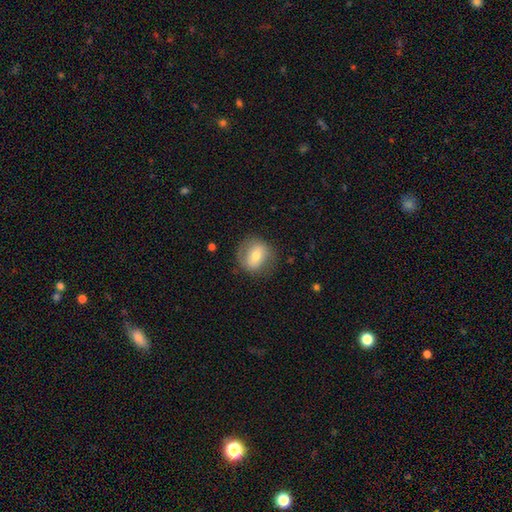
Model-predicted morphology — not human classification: Smooth or featured? smooth (57%)
How rounded? round (72%)
Merging? none (76%)